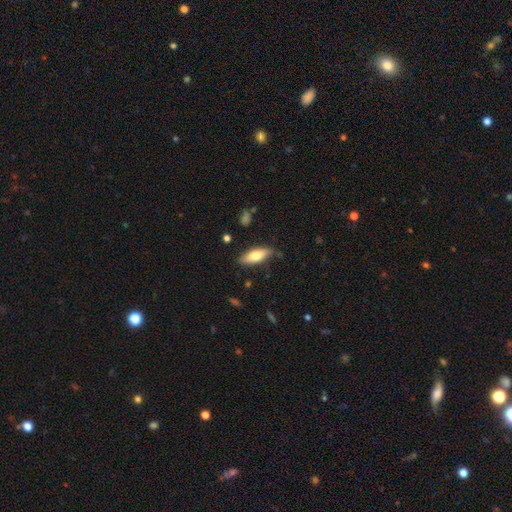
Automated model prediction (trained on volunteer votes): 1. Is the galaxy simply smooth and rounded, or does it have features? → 71% smooth, 23% featured or disk, 6% star or artifact.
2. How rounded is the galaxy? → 69% in between, 29% cigar-shaped, 2% round.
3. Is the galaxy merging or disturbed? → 77% none, 18% minor disturbance, 3% major disturbance, 2% merger.